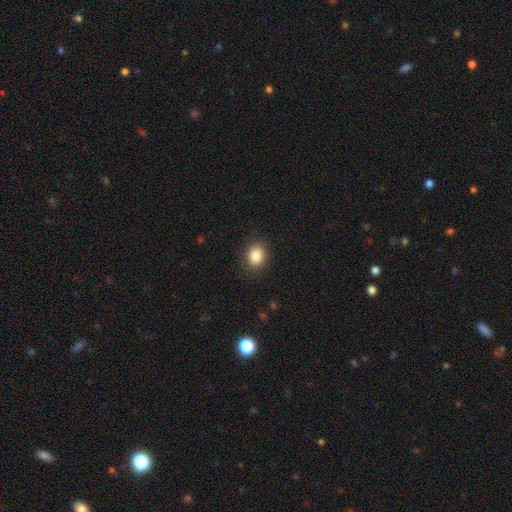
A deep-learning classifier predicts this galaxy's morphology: A smooth galaxy with no disk features (86%) that is in between round and cigar-shaped (52%).

Vote fractions:
- Smooth or featured? smooth: 86% / star or artifact: 9% / featured or disk: 5%
- How rounded? in between: 52% / round: 47% / cigar-shaped: 1%
- Merging? none: 86% / minor disturbance: 10% / major disturbance: 3% / merger: 1%